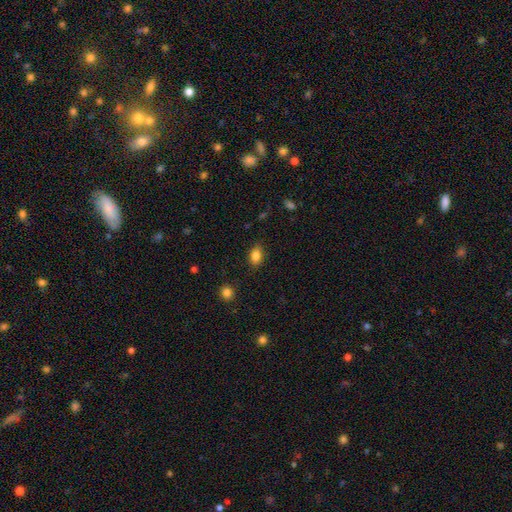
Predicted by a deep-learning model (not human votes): smooth_or_featured: smooth (p=0.84) [alt: star or artifact p=0.10]
how_rounded: in between (p=0.79) [alt: round p=0.20]
merging: none (p=0.84) [alt: minor disturbance p=0.12]